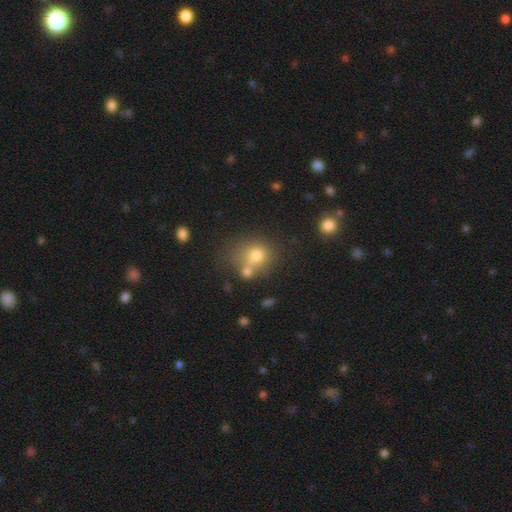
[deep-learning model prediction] This appears to be a smooth galaxy with no disk features (72%) that is round (70%). Merging: none (49%).